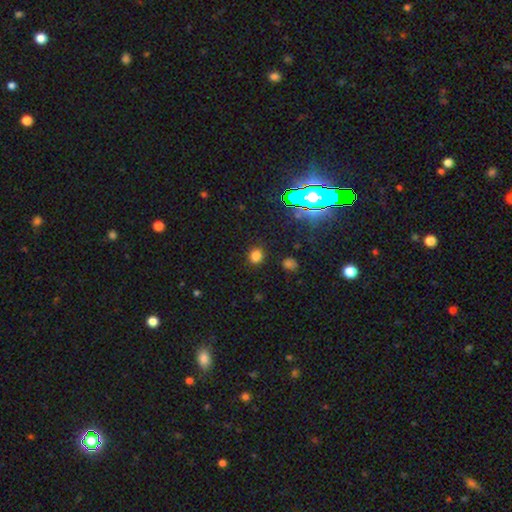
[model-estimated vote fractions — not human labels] smooth 75%, star or artifact 20%, featured or disk 5%. Down the decision tree: how rounded — round (65%); merging — none (86%).